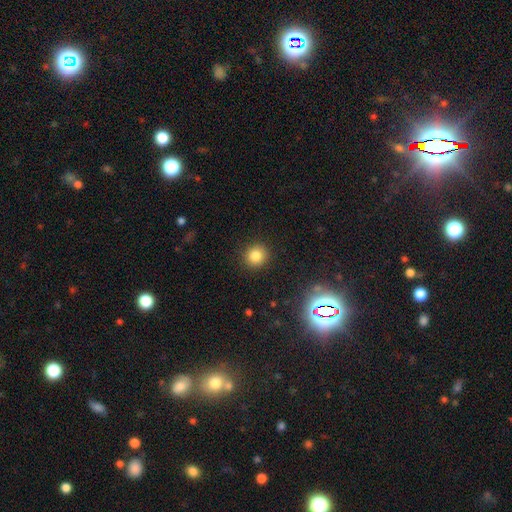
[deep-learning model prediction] smooth 81%, star or artifact 13%, featured or disk 6%. Down the decision tree: how rounded — round (89%); merging — none (90%).